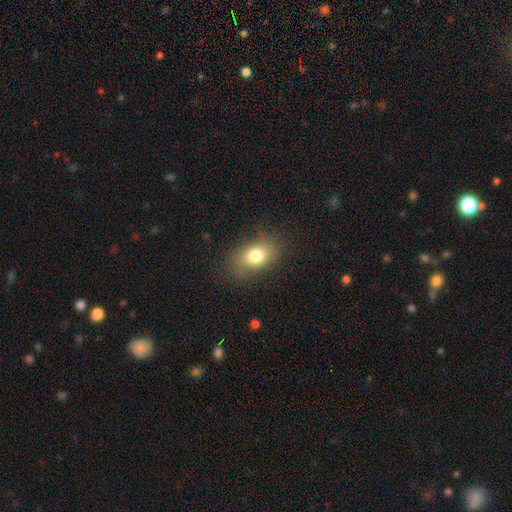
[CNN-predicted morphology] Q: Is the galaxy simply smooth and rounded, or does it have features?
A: smooth — 76%.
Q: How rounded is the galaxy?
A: in between — 79%.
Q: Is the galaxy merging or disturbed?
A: none — 75%.